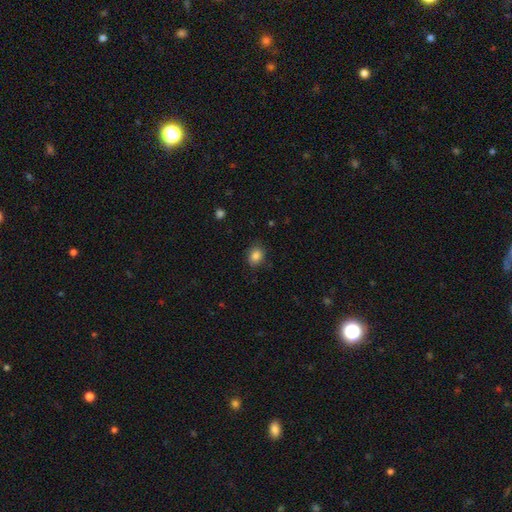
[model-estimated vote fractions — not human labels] A smooth galaxy with no disk features (85%) that is in between round and cigar-shaped (52%).

Vote fractions:
- Smooth or featured? smooth: 85% / star or artifact: 10% / featured or disk: 5%
- How rounded? in between: 52% / round: 47% / cigar-shaped: 1%
- Merging? none: 84% / minor disturbance: 12% / major disturbance: 3% / merger: 1%